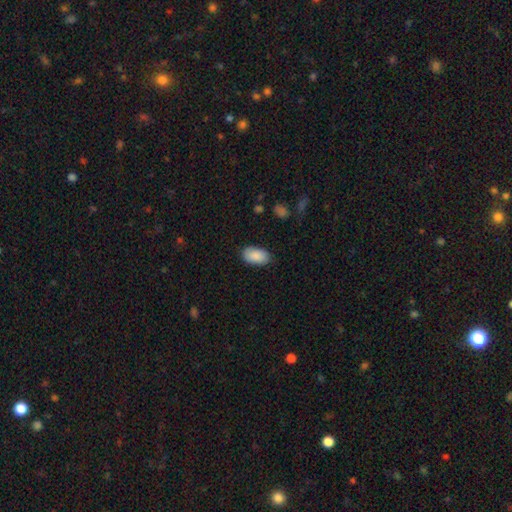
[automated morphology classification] smooth_or_featured: smooth (p=0.89) [alt: star or artifact p=0.06]
how_rounded: in between (p=0.95) [alt: round p=0.04]
merging: none (p=0.83) [alt: minor disturbance p=0.13]